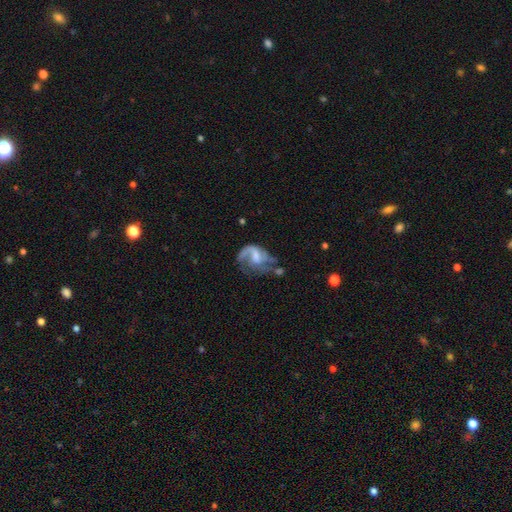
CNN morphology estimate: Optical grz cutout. It shows a featured or disk galaxy (75%) with a weak bar (51%), 2 (38%, tied with 1) medium (42%) spiral arms (86%) and a moderate central bulge (38%). Merging: major disturbance (37%).